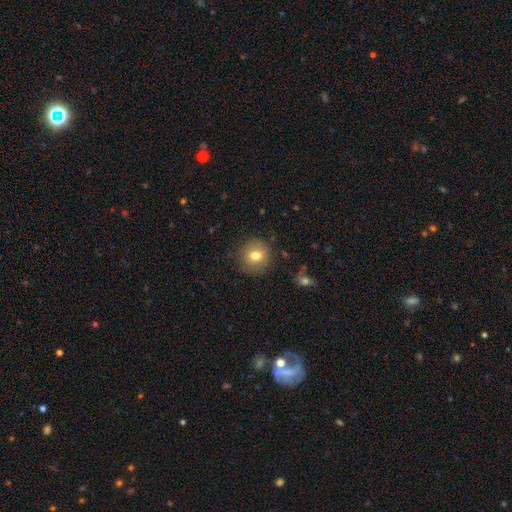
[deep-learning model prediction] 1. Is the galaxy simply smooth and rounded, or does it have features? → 76% smooth, 14% featured or disk, 10% star or artifact.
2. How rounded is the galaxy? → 87% round, 12% in between, 1% cigar-shaped.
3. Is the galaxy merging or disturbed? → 85% none, 10% minor disturbance, 3% major disturbance, 1% merger.